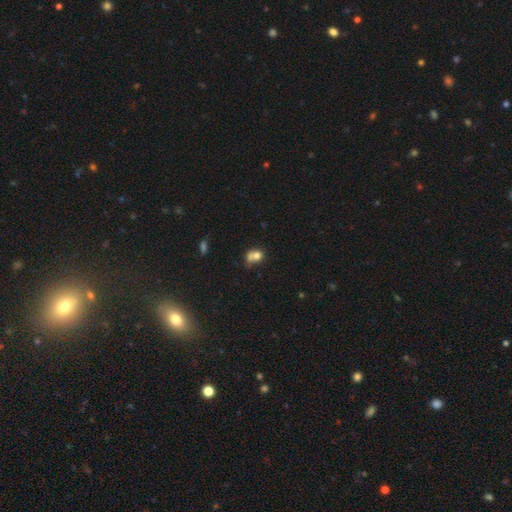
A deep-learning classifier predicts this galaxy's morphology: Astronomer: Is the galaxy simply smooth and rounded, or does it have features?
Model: smooth — 71%.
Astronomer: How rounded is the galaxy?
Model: round — 58% (runner-up: in between, 40%).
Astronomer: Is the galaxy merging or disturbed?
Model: merger — 51% (runner-up: none, 28%).